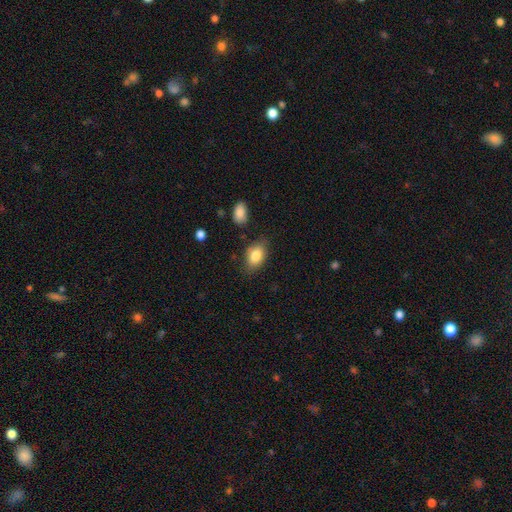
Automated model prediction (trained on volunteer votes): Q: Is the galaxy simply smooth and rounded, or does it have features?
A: smooth — 83%.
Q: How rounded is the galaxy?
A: in between — 84%.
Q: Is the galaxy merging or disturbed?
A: none — 77%.